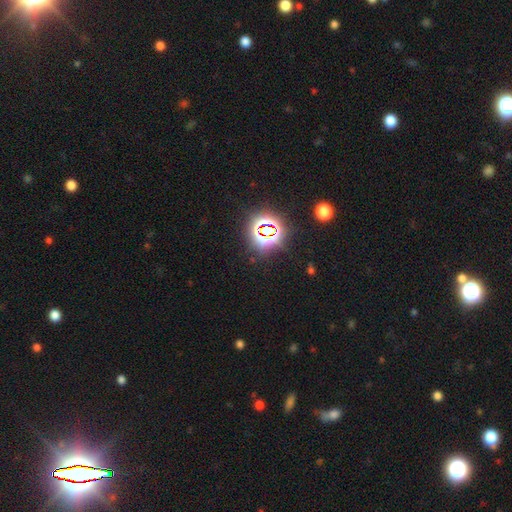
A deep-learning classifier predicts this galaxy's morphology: Smooth or featured? Predicted: star or artifact (p=0.82).